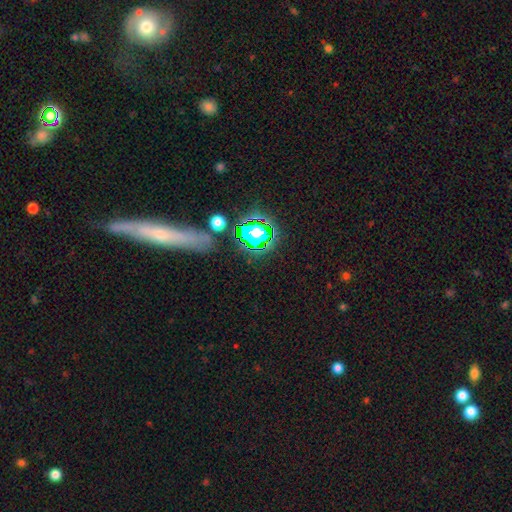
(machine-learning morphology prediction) This appears to be a star or artifact, not a galaxy (43%).